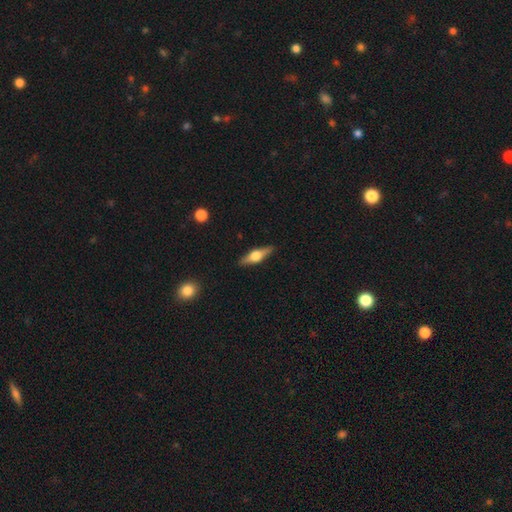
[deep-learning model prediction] Morphology: type=featured or disk (62%); edge-on=yes (95%); edge-on bulge=rounded (94%); merging=none (89%).